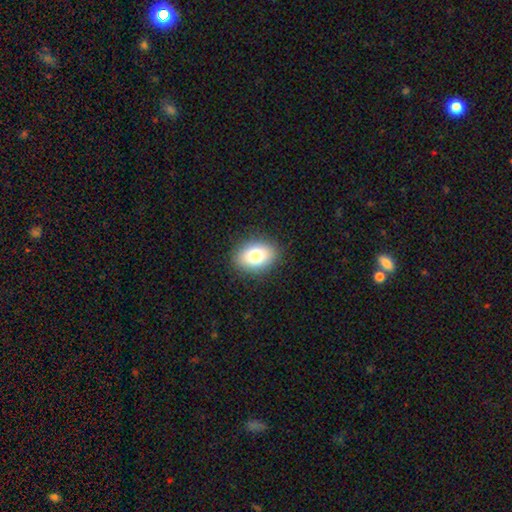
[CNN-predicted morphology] Smooth or featured? Predicted: smooth (p=0.80). How rounded? Predicted: in between (p=0.77). Merging? Predicted: none (p=0.88).